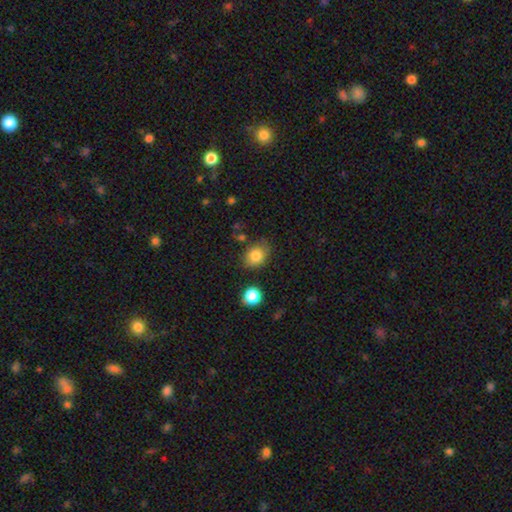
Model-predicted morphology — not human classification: This is clearly a smooth galaxy (82%). How rounded: possibly in between (51%). Merging: likely none (74%).